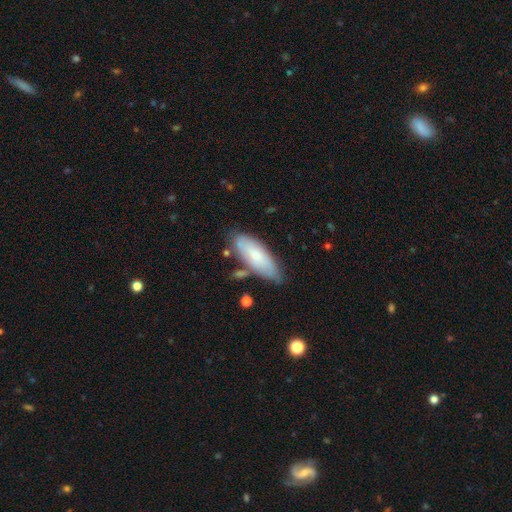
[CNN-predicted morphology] This appears to be a smooth galaxy with no disk features (61%) that is in between round and cigar-shaped (73%). Merging: none (70%).